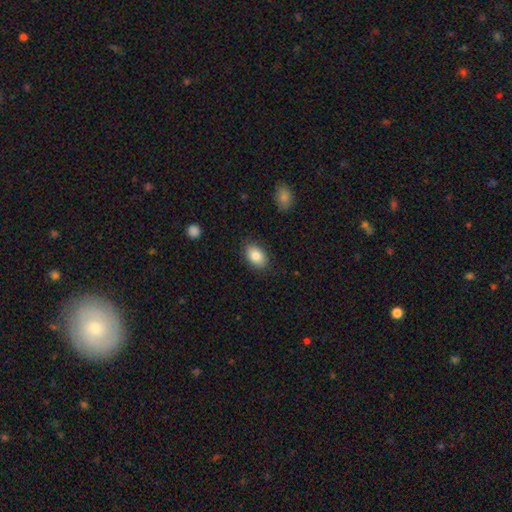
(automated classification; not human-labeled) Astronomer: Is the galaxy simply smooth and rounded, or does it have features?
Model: smooth — 84%.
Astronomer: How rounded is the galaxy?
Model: in between — 88%.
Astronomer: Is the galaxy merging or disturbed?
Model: none — 86%.